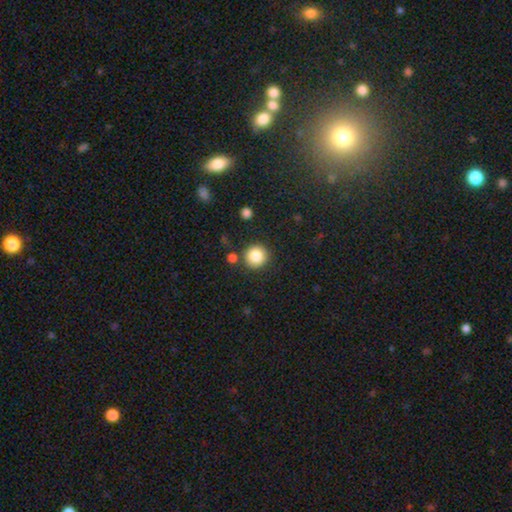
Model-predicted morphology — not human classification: This is clearly a smooth galaxy (85%). How rounded: clearly round (94%). Merging: clearly none (86%).